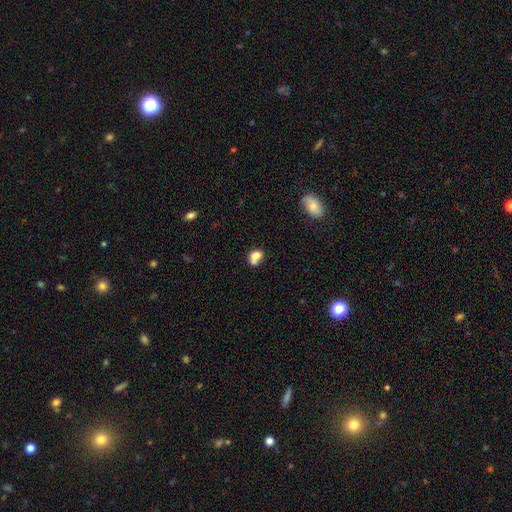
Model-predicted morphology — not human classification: type=smooth (74%); roundness=round (52%); merging=merger (53%).